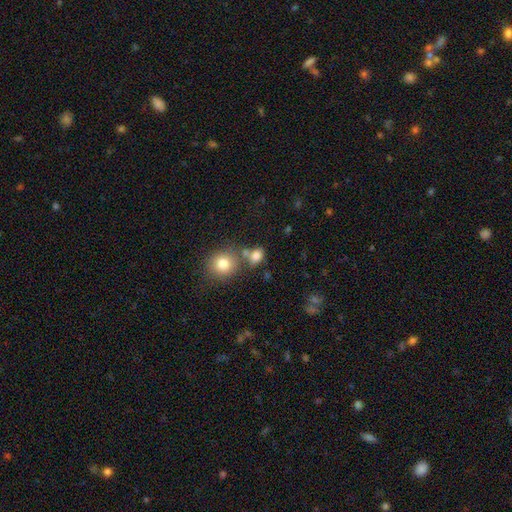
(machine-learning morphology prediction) This is clearly a smooth galaxy (81%). How rounded: possibly in between (55%). Merging: possibly none (56%).